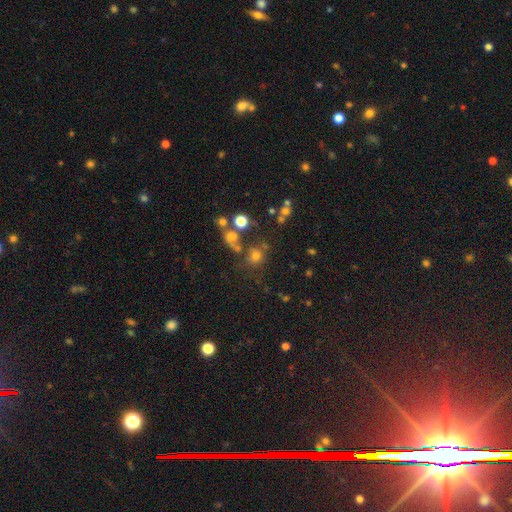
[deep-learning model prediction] smooth 67%, star or artifact 22%, featured or disk 11%. Down the decision tree: how rounded — round (78%); merging — none (61%).